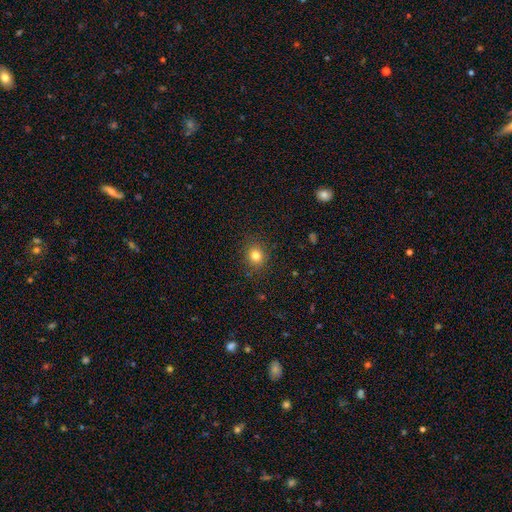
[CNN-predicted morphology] Q: Smooth or featured?
A: smooth (81%); runner-up: star or artifact (13%)
Q: How rounded?
A: round (79%); runner-up: in between (20%)
Q: Merging?
A: none (89%); runner-up: minor disturbance (7%)